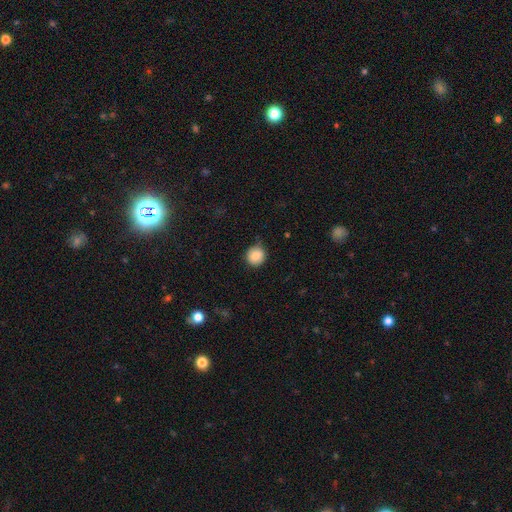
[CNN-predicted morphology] smooth-or-featured: smooth: 86% | star or artifact: 9% | featured or disk: 5%
  how-rounded: round: 89% | in between: 10% | cigar-shaped: 1%
  merging: none: 81% | minor disturbance: 15% | major disturbance: 3% | merger: 1%